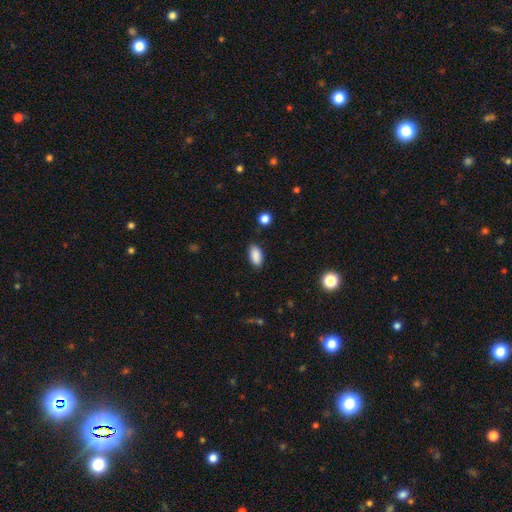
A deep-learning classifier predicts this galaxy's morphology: Smooth or featured?
  - smooth: 89% *
  - star or artifact: 8%
  - featured or disk: 3%
How rounded?
  - in between: 92% *
  - cigar-shaped: 5%
  - round: 3%
Merging?
  - none: 86% *
  - minor disturbance: 10%
  - major disturbance: 2%
  - merger: 1%